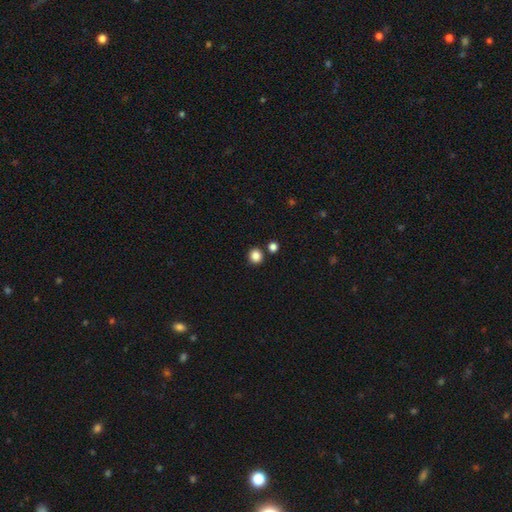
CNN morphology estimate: Q: Smooth or featured?
A: smooth (85%); runner-up: star or artifact (11%)
Q: How rounded?
A: round (90%); runner-up: in between (10%)
Q: Merging?
A: none (85%); runner-up: merger (7%)